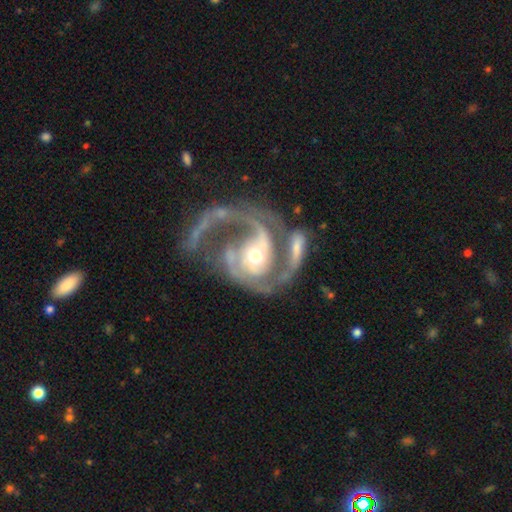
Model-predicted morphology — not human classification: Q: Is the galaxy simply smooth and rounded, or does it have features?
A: featured or disk — 88%.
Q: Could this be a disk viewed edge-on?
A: no — 97%.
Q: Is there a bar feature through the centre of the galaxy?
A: no — 56%.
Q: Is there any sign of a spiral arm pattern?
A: yes — 93%.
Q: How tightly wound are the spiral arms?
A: medium — 43%.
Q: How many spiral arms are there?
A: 2 — 56%.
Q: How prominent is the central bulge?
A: moderate — 70%.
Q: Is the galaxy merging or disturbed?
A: major disturbance — 34%.